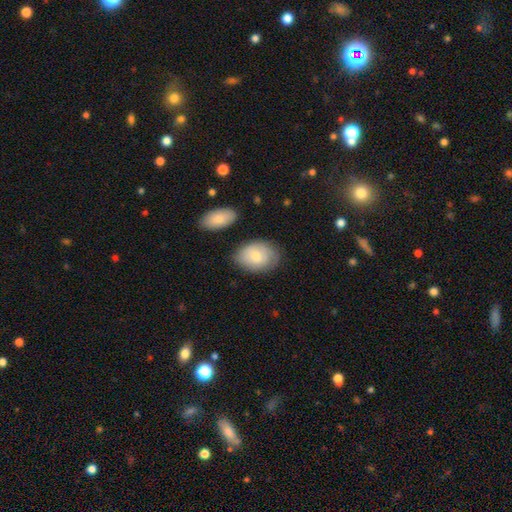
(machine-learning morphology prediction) smooth_or_featured: smooth (p=0.68) [alt: featured or disk p=0.26]
how_rounded: in between (p=0.78) [alt: round p=0.20]
merging: none (p=0.71) [alt: minor disturbance p=0.20]